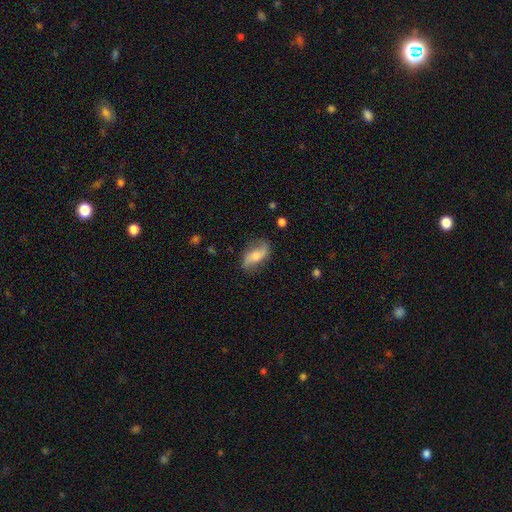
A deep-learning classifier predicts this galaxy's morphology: smooth-or-featured: featured or disk: 56% | smooth: 37% | star or artifact: 7%
  disk-edge-on: no: 91% | yes: 9%
    bar: no: 53% | weak: 31% | strong: 16%
    has-spiral-arms: yes: 87% | no: 13%
    bulge-size: moderate: 49% | small: 35% | large: 8% | none: 6% | dominant: 2%
  merging: none: 74% | minor disturbance: 19% | major disturbance: 6% | merger: 2%